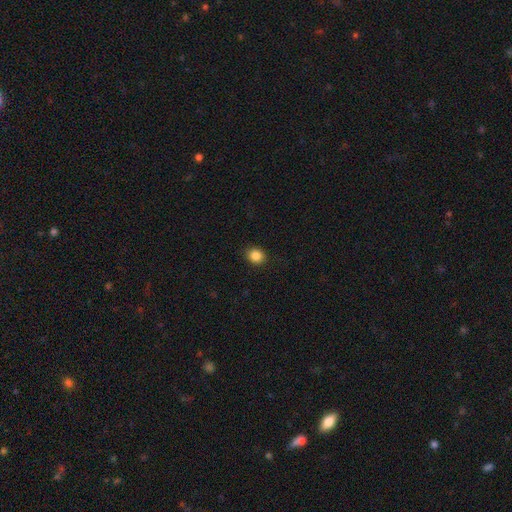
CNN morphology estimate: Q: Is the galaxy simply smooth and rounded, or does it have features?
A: smooth — 86%.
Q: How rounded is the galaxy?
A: round — 68%.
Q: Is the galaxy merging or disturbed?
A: none — 89%.